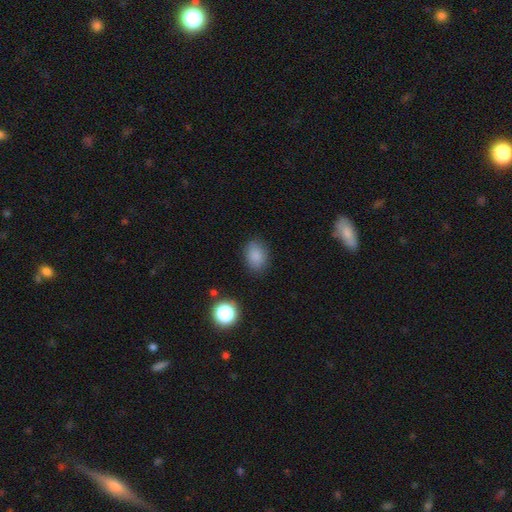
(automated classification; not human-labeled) Smooth or featured: smooth — 84% (star or artifact — 11%)
How rounded: in between — 72% (round — 27%)
Merging: none — 83% (minor disturbance — 12%)